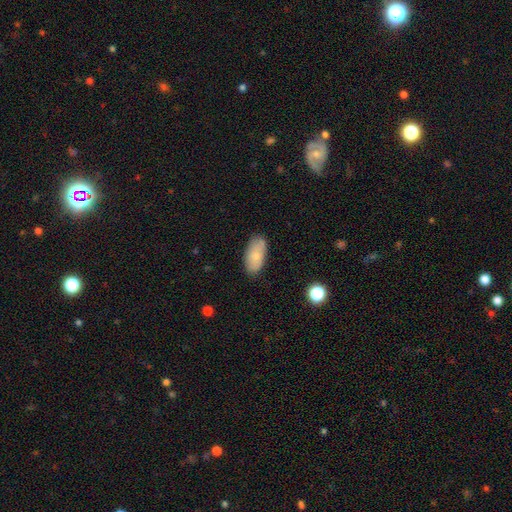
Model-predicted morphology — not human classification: smooth_or_featured: smooth (p=0.75) [alt: featured or disk p=0.18]
how_rounded: in between (p=0.92) [alt: cigar-shaped p=0.04]
merging: none (p=0.79) [alt: minor disturbance p=0.16]